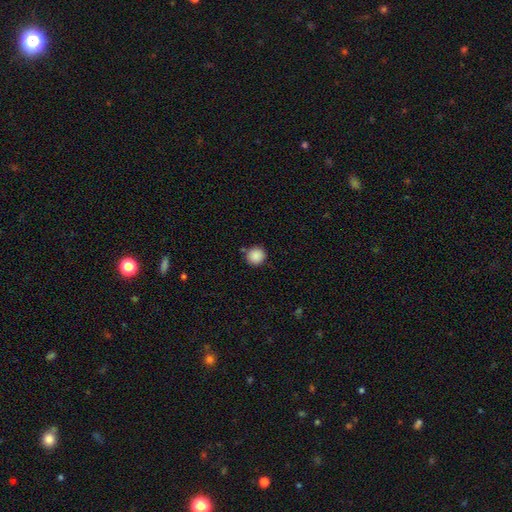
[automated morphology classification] smooth-or-featured: smooth: 88% | star or artifact: 9% | featured or disk: 3%
  how-rounded: round: 92% | in between: 7% | cigar-shaped: 1%
  merging: none: 85% | minor disturbance: 9% | merger: 4% | major disturbance: 3%